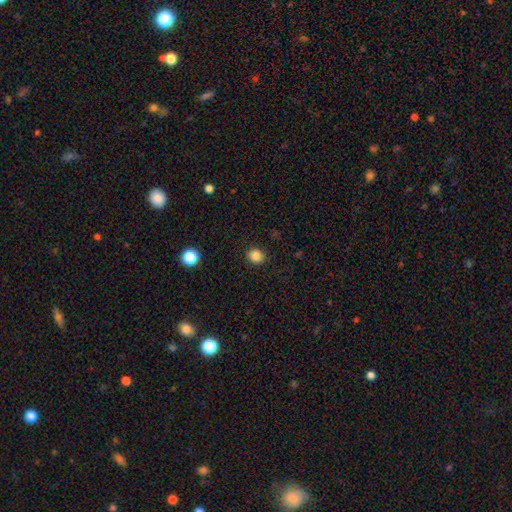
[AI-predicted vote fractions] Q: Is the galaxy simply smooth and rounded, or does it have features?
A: smooth — 85%.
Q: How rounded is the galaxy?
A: round — 77%.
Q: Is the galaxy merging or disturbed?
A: none — 90%.